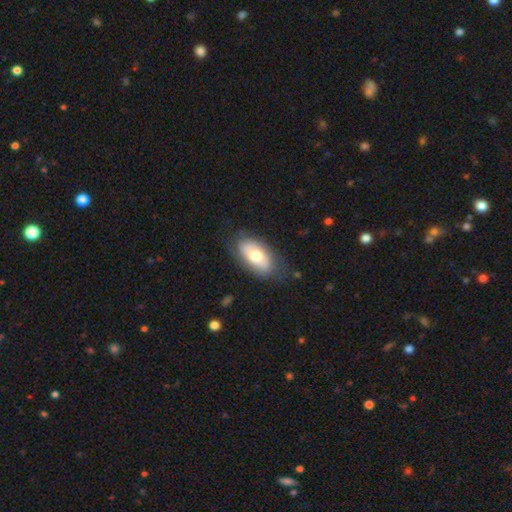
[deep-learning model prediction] Morphology: type=smooth (65%); roundness=in between (92%); merging=none (74%).